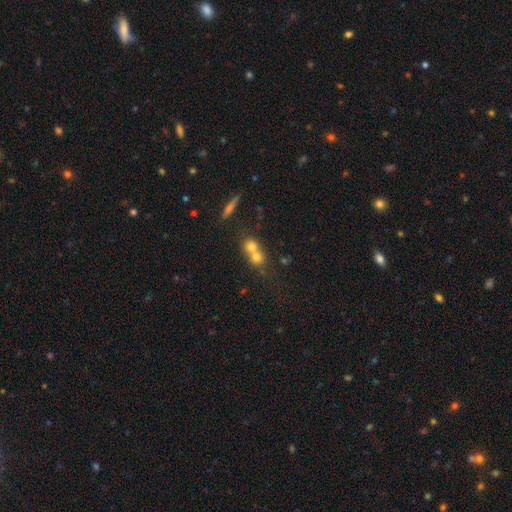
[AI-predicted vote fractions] smooth-or-featured: smooth: 63% | featured or disk: 22% | star or artifact: 15%
  how-rounded: round: 72% | in between: 23% | cigar-shaped: 5%
  merging: merger: 65% | none: 27% | minor disturbance: 5% | major disturbance: 3%